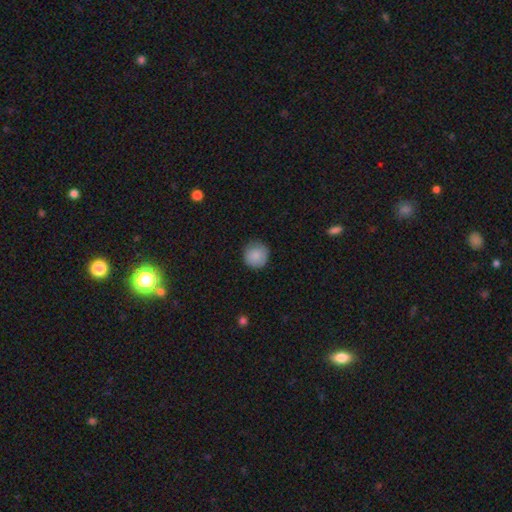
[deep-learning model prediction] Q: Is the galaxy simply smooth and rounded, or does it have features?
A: smooth — 87%.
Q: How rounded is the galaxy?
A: round — 94%.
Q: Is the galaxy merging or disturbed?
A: none — 84%.